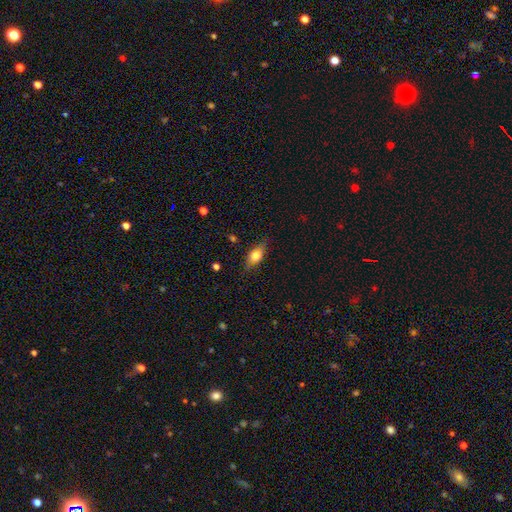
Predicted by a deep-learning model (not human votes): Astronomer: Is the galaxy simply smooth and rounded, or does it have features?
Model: smooth — 67%.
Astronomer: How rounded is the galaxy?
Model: in between — 77%.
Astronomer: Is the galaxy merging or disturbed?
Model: none — 80%.